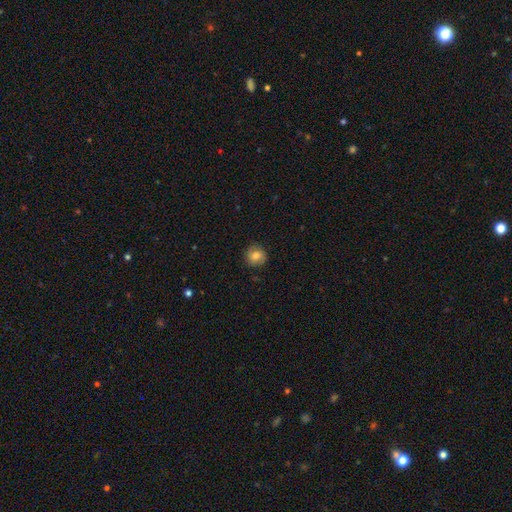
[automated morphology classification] type=smooth (77%); roundness=round (88%); merging=none (85%).